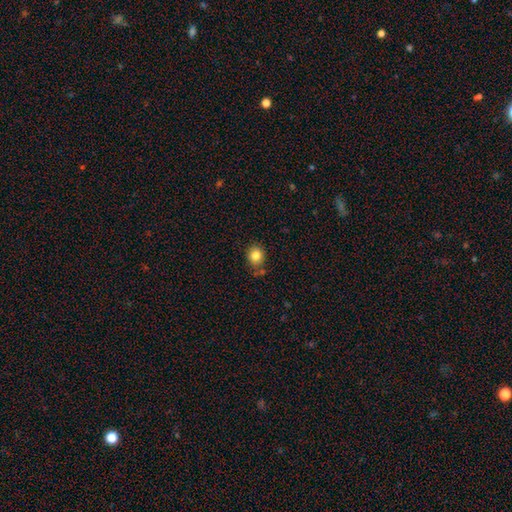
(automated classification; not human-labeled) Smooth or featured? Predicted: smooth (p=0.82). How rounded? Predicted: round (p=0.73). Merging? Predicted: none (p=0.77).